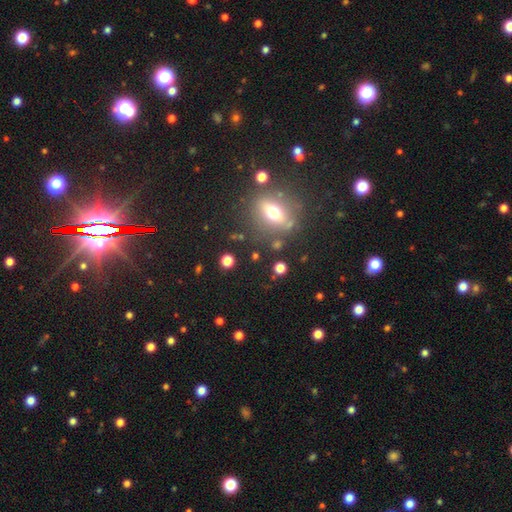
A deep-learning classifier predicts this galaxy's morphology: A smooth galaxy with no disk features (42%). Merging: none (77%).